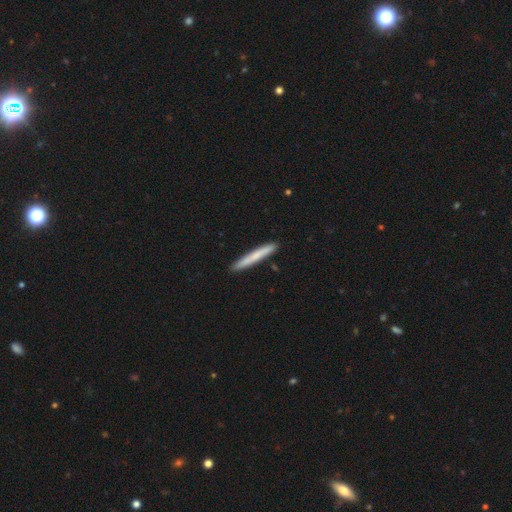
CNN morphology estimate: type=smooth (70%); roundness=cigar-shaped (96%); merging=none (91%).